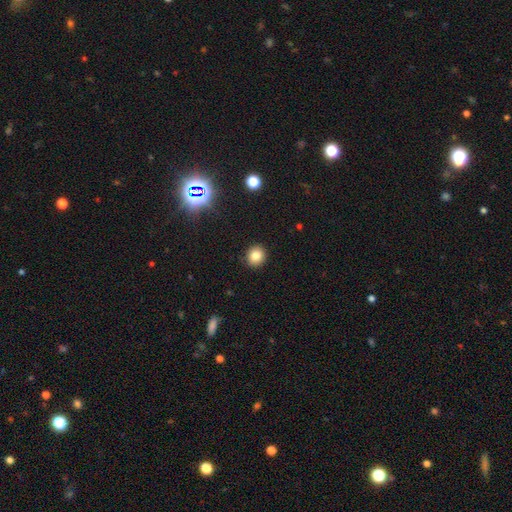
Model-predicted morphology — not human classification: smooth_or_featured: smooth (p=0.81) [alt: star or artifact p=0.12]
how_rounded: round (p=0.84) [alt: in between p=0.15]
merging: none (p=0.90) [alt: minor disturbance p=0.07]